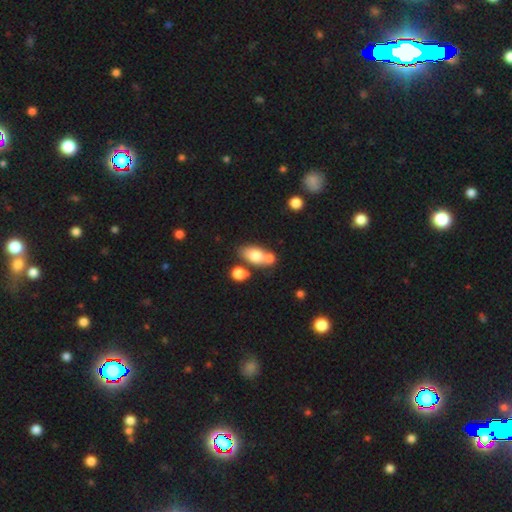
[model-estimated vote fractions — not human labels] smooth_or_featured: smooth (p=0.75) [alt: featured or disk p=0.16]
how_rounded: in between (p=0.81) [alt: round p=0.15]
merging: none (p=0.43) [alt: merger p=0.41]